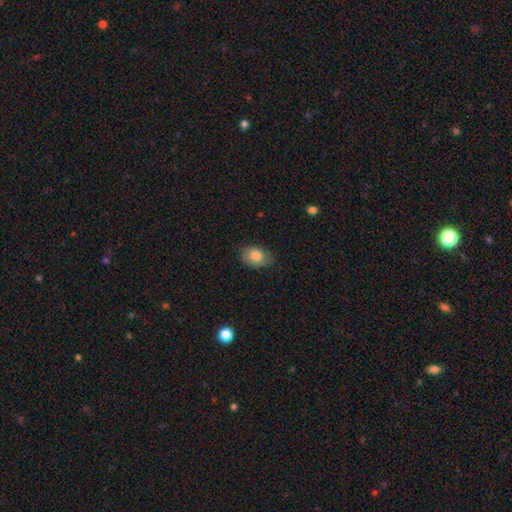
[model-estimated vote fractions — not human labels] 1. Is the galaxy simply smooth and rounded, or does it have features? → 83% smooth, 10% featured or disk, 8% star or artifact.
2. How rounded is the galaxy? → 75% in between, 24% round, 1% cigar-shaped.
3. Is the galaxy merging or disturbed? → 74% none, 21% minor disturbance, 4% major disturbance, 1% merger.